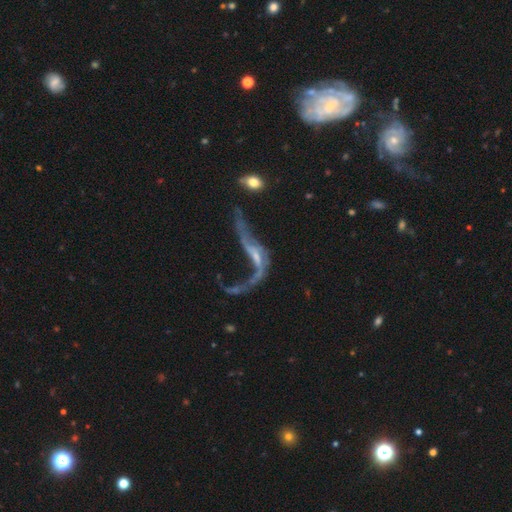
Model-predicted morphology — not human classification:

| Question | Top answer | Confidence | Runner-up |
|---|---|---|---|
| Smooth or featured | featured or disk | 79% | smooth (11%) |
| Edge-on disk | no | 87% | yes (13%) |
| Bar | no | 45% | weak (35%) |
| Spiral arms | yes | 74% | no (26%) |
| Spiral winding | loose | 93% | medium (5%) |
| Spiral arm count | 2 | 74% | 1 (17%) |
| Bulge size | small | 51% | none (29%) |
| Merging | major disturbance | 46% | none (23%) |